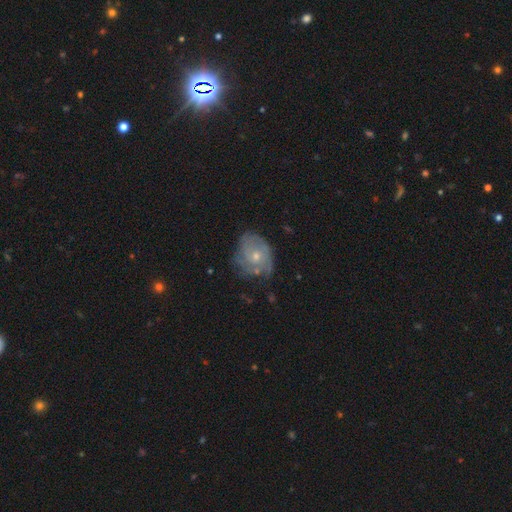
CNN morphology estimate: smooth-or-featured: featured or disk: 60% | smooth: 32% | star or artifact: 8%
  disk-edge-on: no: 97% | yes: 3%
    bar: no: 84% | weak: 14% | strong: 2%
    has-spiral-arms: yes: 66% | no: 34%
    bulge-size: small: 57% | moderate: 40% | none: 1% | large: 1% | dominant: 1%
  merging: none: 53% | minor disturbance: 30% | major disturbance: 14% | merger: 3%